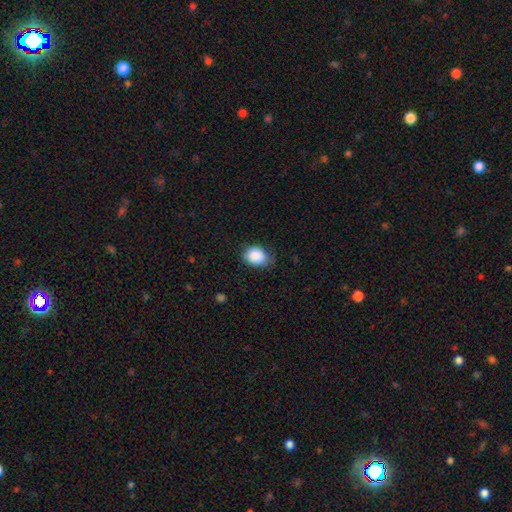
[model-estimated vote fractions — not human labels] Smooth or featured: smooth — 88% (star or artifact — 8%)
How rounded: in between — 60% (round — 39%)
Merging: none — 65% (minor disturbance — 28%)